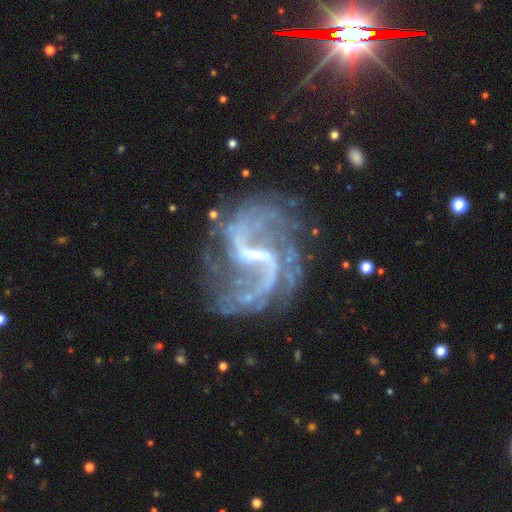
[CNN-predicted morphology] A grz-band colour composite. It shows a featured or disk galaxy (91%) with a weak bar (47%), 2 (84%) loose (58%) spiral arms (97%) and a small central bulge (45%). Merging: none (64%).